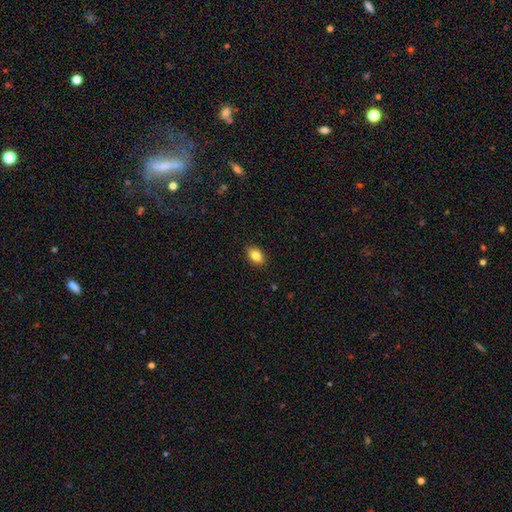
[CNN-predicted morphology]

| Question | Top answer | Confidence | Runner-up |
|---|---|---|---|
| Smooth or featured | smooth | 83% | star or artifact (9%) |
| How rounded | in between | 81% | round (18%) |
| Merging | none | 89% | minor disturbance (8%) |